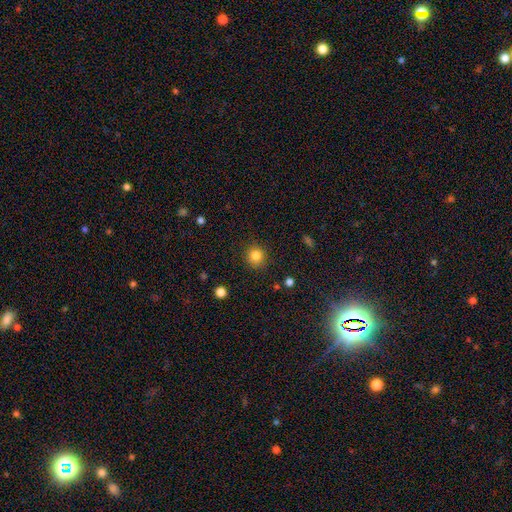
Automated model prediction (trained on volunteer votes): The model was most divided on "smooth or featured": smooth: 83%, star or artifact: 12%, featured or disk: 5%. More confident: how rounded — round (91%); merging — none (90%).